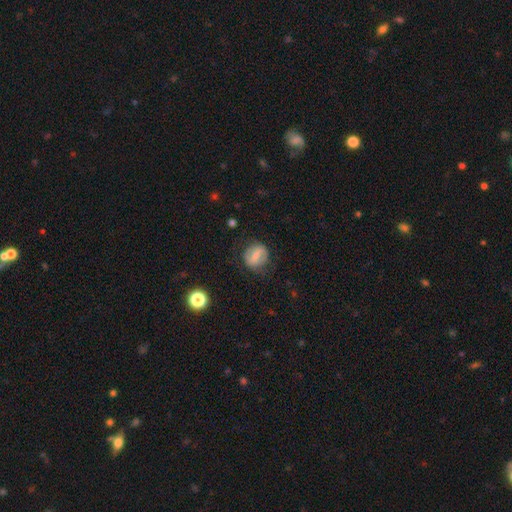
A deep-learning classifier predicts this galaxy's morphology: A smooth galaxy with no disk features (57%) that is round (73%). Merging: none (71%).